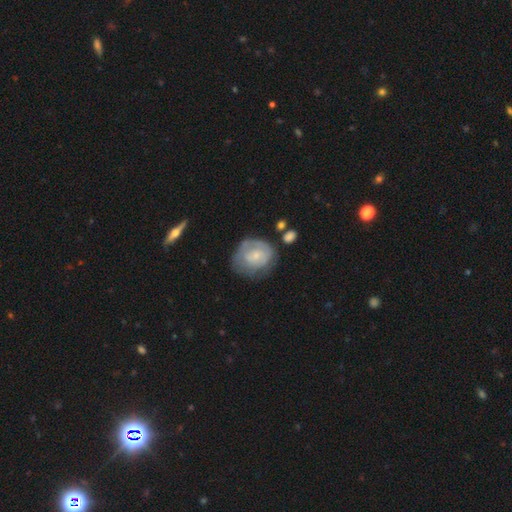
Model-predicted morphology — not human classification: This is possibly a smooth galaxy (52%). How rounded: likely round (68%). Merging: possibly none (53%).